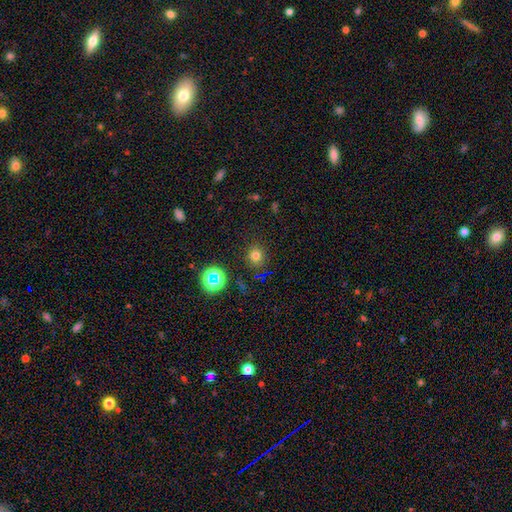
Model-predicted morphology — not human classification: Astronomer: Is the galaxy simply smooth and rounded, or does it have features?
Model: smooth — 71%.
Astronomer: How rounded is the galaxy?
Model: round — 85%.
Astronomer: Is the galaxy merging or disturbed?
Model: none — 87%.